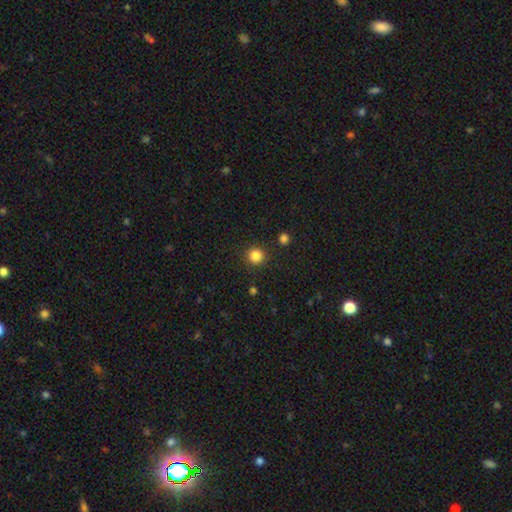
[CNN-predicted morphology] A smooth galaxy with no disk features (85%) that is round (94%).

Vote fractions:
- Smooth or featured? smooth: 85% / star or artifact: 12% / featured or disk: 4%
- How rounded? round: 94% / in between: 5% / cigar-shaped: 1%
- Merging? none: 89% / minor disturbance: 6% / major disturbance: 2% / merger: 2%